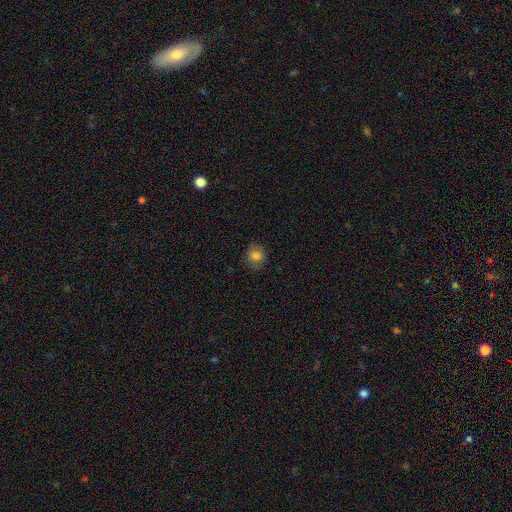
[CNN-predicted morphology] Smooth or featured? Predicted: smooth (p=0.82). How rounded? Predicted: round (p=0.83). Merging? Predicted: none (p=0.85).